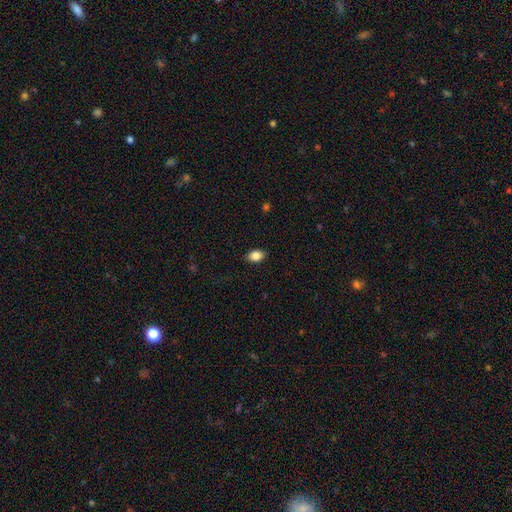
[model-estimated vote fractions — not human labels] Morphology: type=smooth (85%); roundness=in between (82%); merging=none (87%).